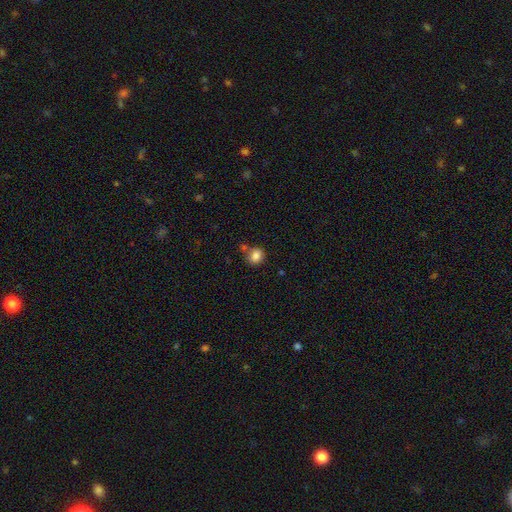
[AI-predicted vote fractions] This is clearly a smooth galaxy (83%). How rounded: likely round (76%). Merging: likely none (65%).